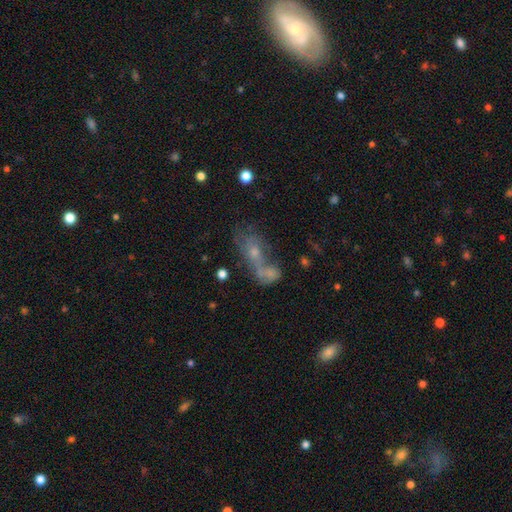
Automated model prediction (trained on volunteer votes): This appears to be a smooth galaxy with no disk features (41%). Merging: merger (49%).